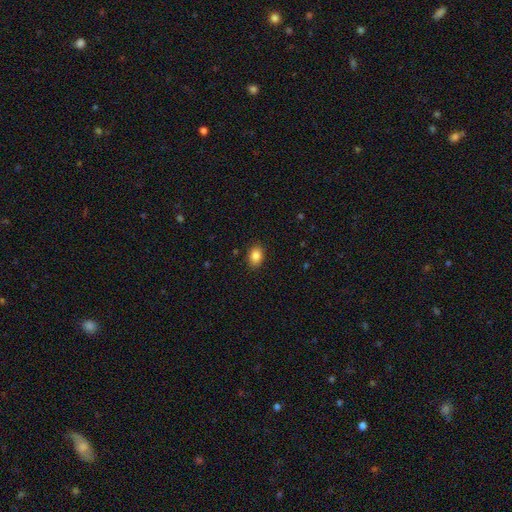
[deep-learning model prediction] Smooth or featured?
  - smooth: 87% *
  - star or artifact: 9%
  - featured or disk: 5%
How rounded?
  - in between: 71% *
  - round: 28%
  - cigar-shaped: 1%
Merging?
  - none: 88% *
  - minor disturbance: 9%
  - major disturbance: 2%
  - merger: 1%